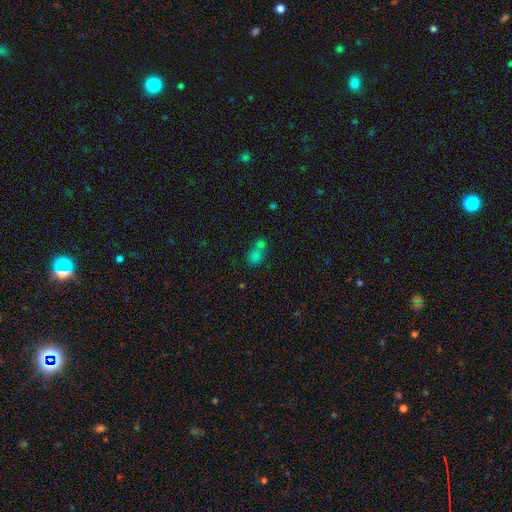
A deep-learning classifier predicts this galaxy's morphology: smooth_or_featured: smooth (p=0.69) [alt: star or artifact p=0.21]
how_rounded: round (p=0.62) [alt: in between p=0.36]
merging: merger (p=0.53) [alt: none p=0.36]